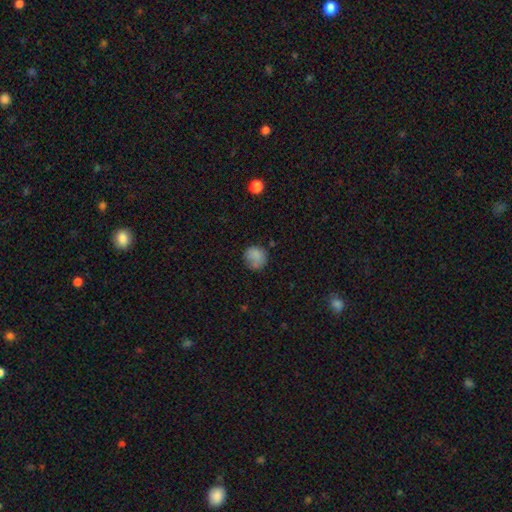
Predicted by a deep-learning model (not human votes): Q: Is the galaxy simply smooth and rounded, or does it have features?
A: smooth — 82%.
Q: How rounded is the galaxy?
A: round — 87%.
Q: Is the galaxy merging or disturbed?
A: none — 71%.